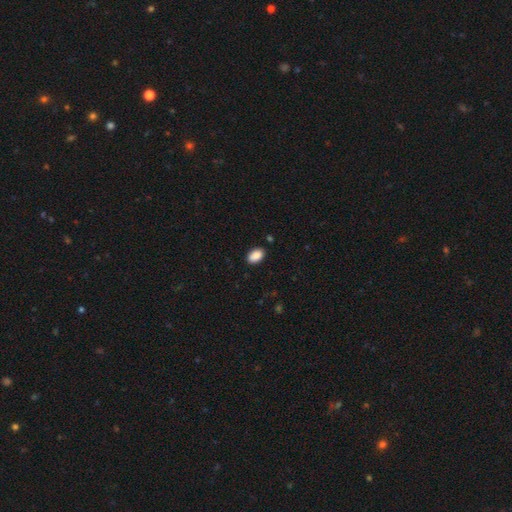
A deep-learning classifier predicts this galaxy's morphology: A smooth galaxy with no disk features (89%) that is in between round and cigar-shaped (91%). Merging: none (87%).